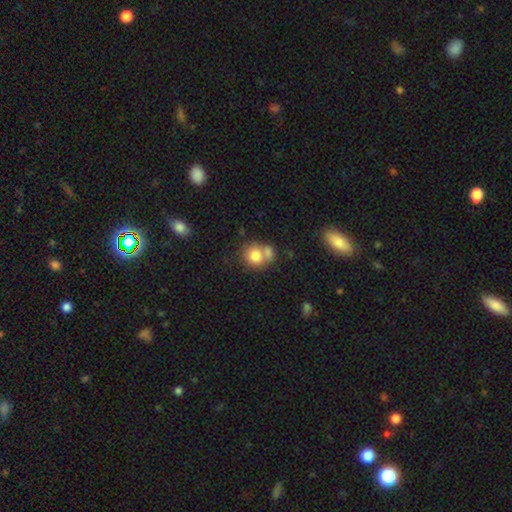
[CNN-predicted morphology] A smooth galaxy with no disk features (79%) that is round (80%).

Vote fractions:
- Smooth or featured? smooth: 79% / featured or disk: 12% / star or artifact: 9%
- How rounded? round: 80% / in between: 19% / cigar-shaped: 1%
- Merging? merger: 43% / none: 42% / minor disturbance: 11% / major disturbance: 5%